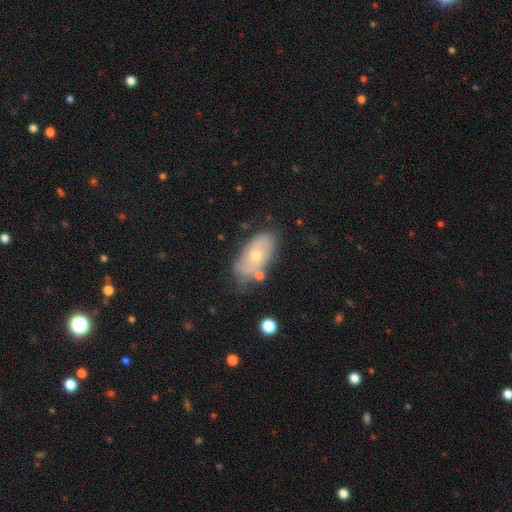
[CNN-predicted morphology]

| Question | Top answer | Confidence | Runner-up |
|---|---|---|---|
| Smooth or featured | featured or disk | 50% | smooth (41%) |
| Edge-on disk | no | 89% | yes (11%) |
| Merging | none | 64% | minor disturbance (22%) |